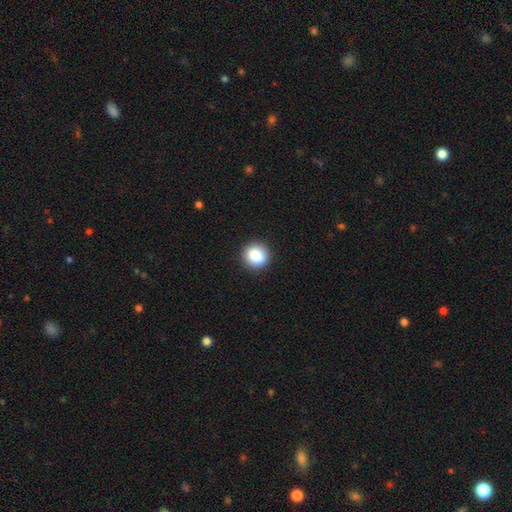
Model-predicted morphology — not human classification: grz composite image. It shows a smooth galaxy with no disk features (84%) that is round (84%). Merging: none (90%).